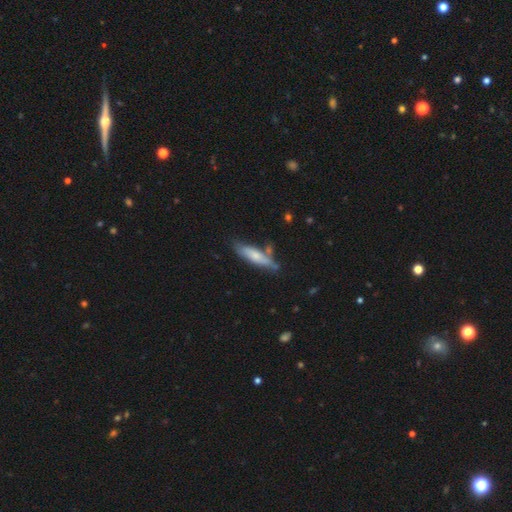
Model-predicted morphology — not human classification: This appears to be a smooth galaxy with no disk features (64%) that is cigar-shaped (69%). Merging: none (61%).